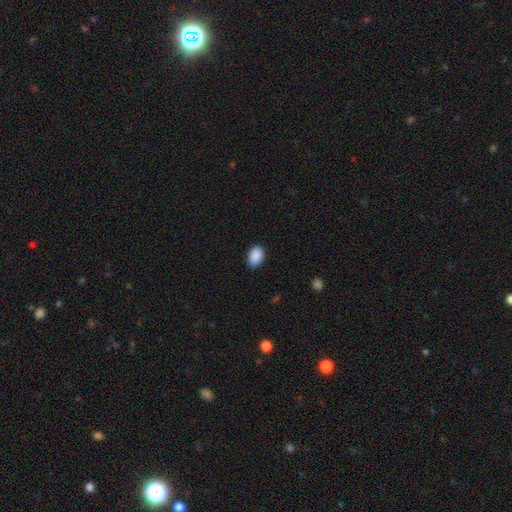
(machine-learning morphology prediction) Smooth or featured? Predicted: smooth (p=0.90). How rounded? Predicted: in between (p=0.83). Merging? Predicted: none (p=0.83).